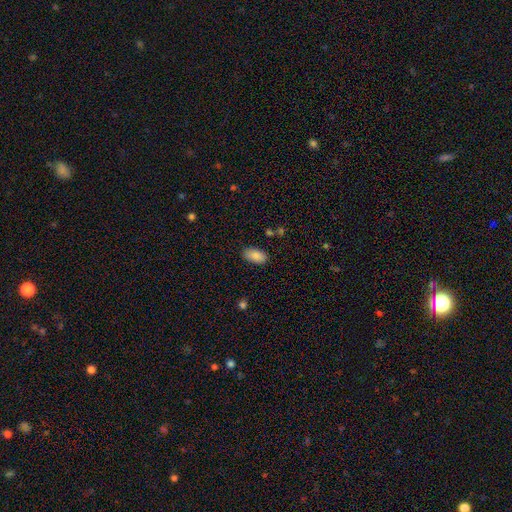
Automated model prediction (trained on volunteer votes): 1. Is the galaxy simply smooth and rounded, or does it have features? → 89% smooth, 7% star or artifact, 4% featured or disk.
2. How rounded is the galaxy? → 94% in between, 3% cigar-shaped, 3% round.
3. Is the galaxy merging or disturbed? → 85% none, 11% minor disturbance, 3% major disturbance, 2% merger.